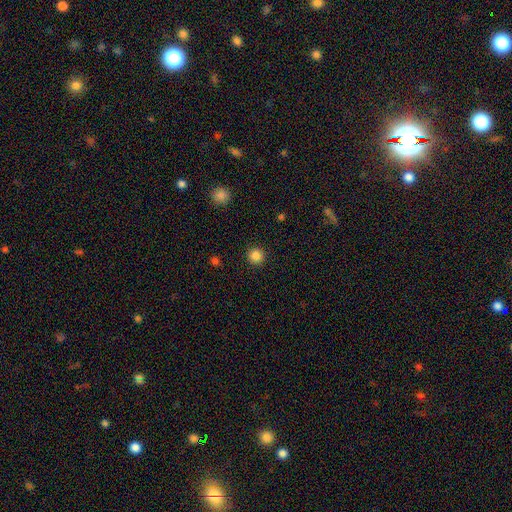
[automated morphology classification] This appears to be a smooth galaxy with no disk features (85%) that is round (95%). Merging: none (93%).